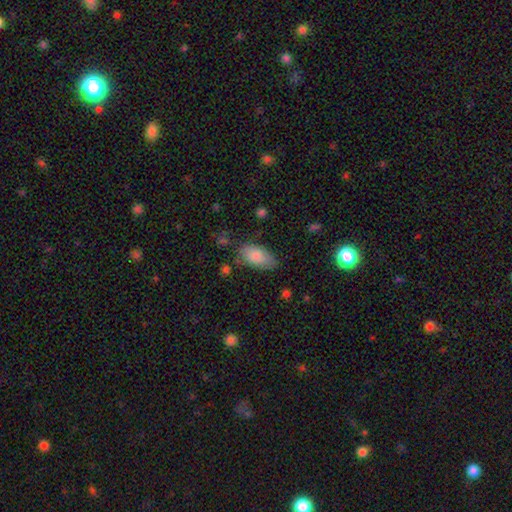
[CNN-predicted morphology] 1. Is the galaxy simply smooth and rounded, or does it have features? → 82% smooth, 10% featured or disk, 8% star or artifact.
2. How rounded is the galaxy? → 91% in between, 5% cigar-shaped, 3% round.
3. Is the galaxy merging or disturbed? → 71% none, 21% minor disturbance, 5% major disturbance, 3% merger.